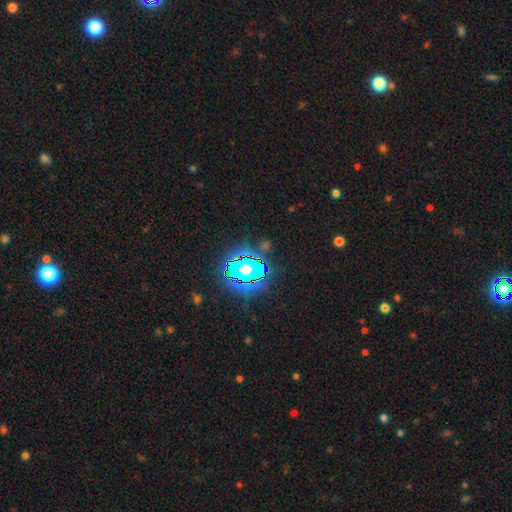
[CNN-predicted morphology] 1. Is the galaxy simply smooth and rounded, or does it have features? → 83% star or artifact, 10% smooth, 7% featured or disk.